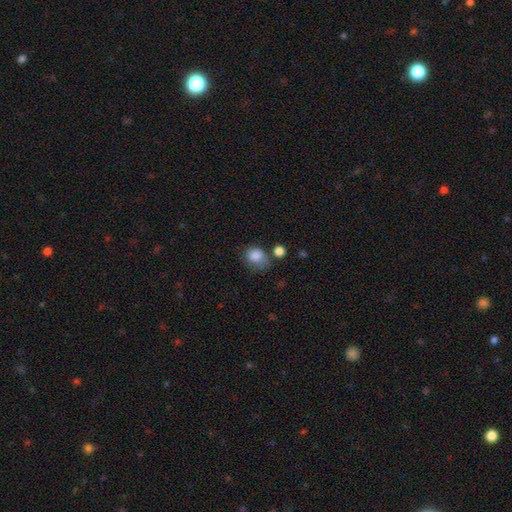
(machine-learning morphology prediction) A smooth galaxy with no disk features (85%) that is round (60%). Merging: none (49%).